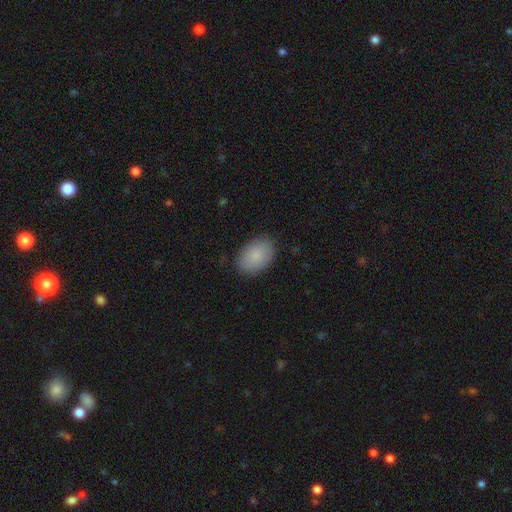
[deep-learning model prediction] Smooth or featured? smooth (87%)
How rounded? in between (88%)
Merging? none (87%)